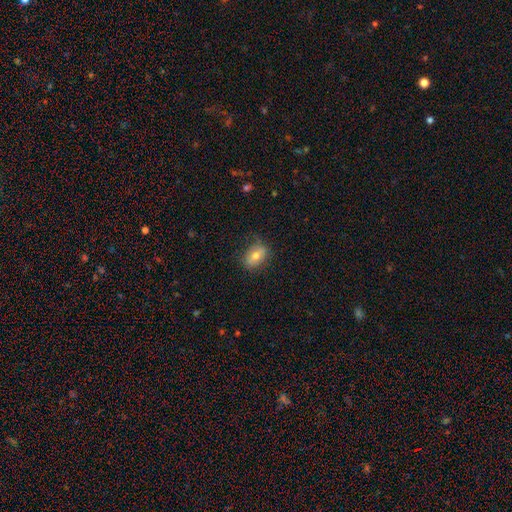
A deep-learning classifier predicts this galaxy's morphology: Smooth or featured? Predicted: smooth (p=0.66). How rounded? Predicted: in between (p=0.76). Merging? Predicted: none (p=0.74).